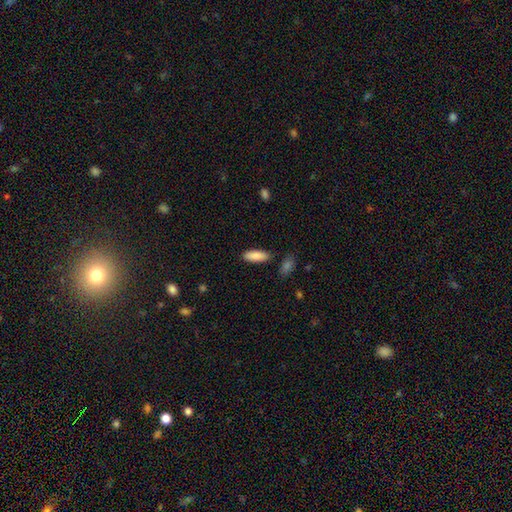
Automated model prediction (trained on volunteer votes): Smooth or featured?
  - smooth: 87% *
  - featured or disk: 7%
  - star or artifact: 6%
How rounded?
  - in between: 68% *
  - cigar-shaped: 30%
  - round: 2%
Merging?
  - none: 84% *
  - minor disturbance: 11%
  - merger: 3%
  - major disturbance: 3%